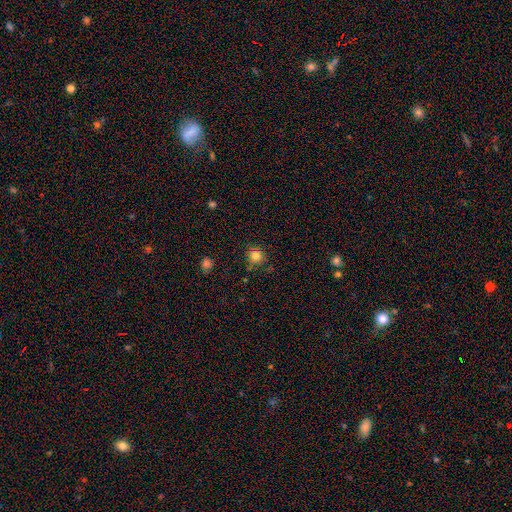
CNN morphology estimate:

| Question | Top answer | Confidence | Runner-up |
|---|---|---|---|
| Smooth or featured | smooth | 82% | star or artifact (12%) |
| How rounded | round | 92% | in between (7%) |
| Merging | none | 83% | minor disturbance (11%) |